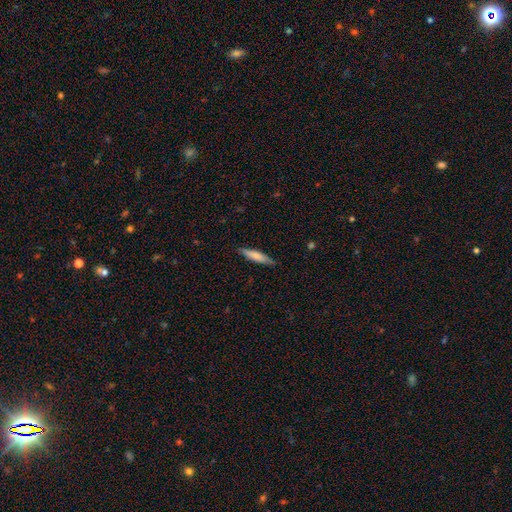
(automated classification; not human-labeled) The model was most divided on "smooth or featured": smooth: 72%, featured or disk: 22%, star or artifact: 6%. More confident: how rounded — cigar-shaped (87%); merging — none (86%).